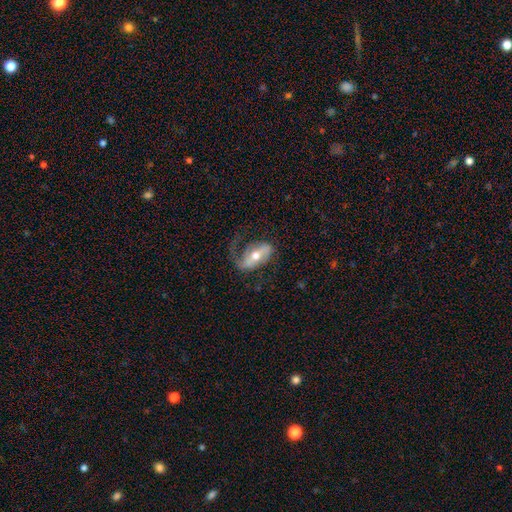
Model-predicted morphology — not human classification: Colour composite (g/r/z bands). It shows a featured or disk galaxy (68%) with a strong bar (43%), spiral arms (82%) and a moderate central bulge (72%). Merging: none (49%).